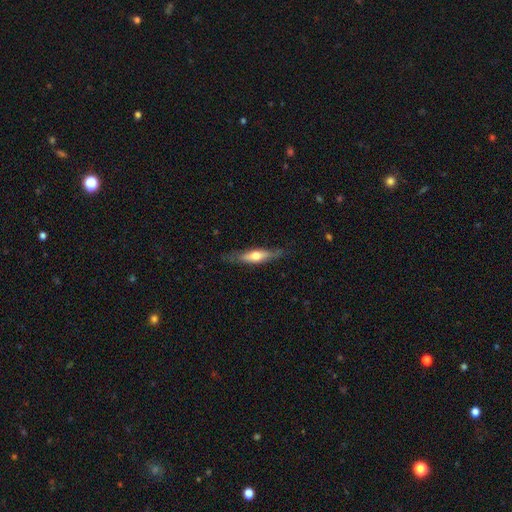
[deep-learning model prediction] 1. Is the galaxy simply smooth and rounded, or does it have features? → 49% featured or disk, 46% smooth, 5% star or artifact.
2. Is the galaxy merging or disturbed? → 76% none, 18% minor disturbance, 4% major disturbance, 1% merger.